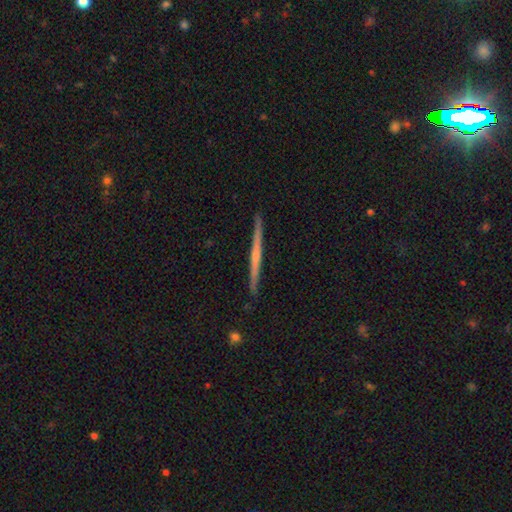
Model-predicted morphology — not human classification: Smooth or featured? featured or disk (68%)
Edge-on disk? yes (98%)
Edge-on bulge? none (53%)
Merging? none (91%)